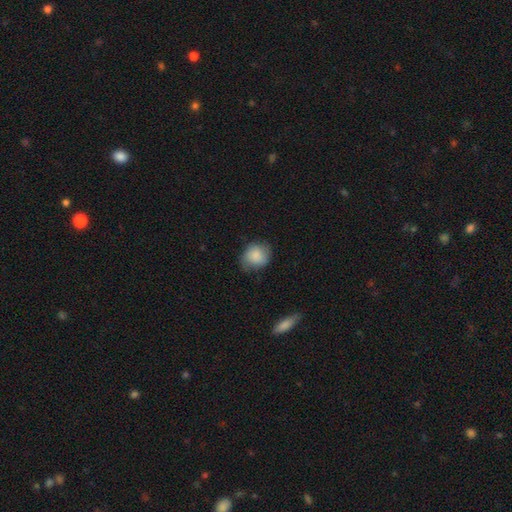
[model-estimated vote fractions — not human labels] Overall: smooth (84%). How rounded: round (69%; in between 30%). Merging: none (66%).